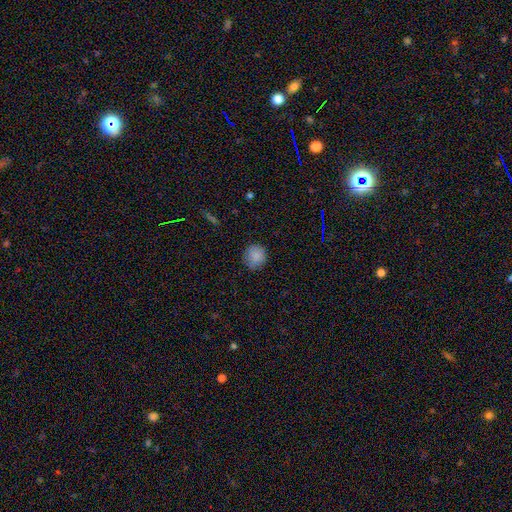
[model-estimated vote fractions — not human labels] Overall: smooth (87%). How rounded: round (88%). Merging: none (81%).